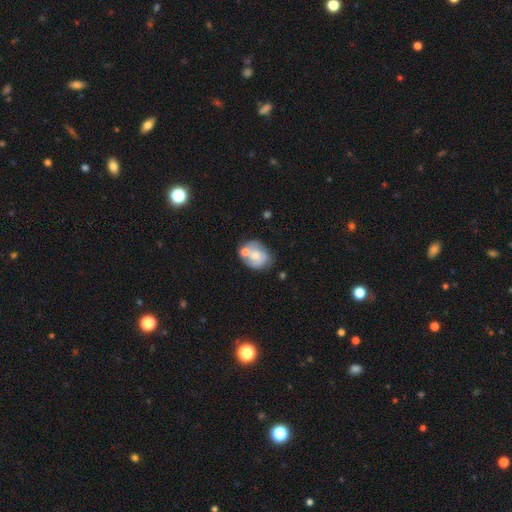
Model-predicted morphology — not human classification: smooth 52%, featured or disk 41%, star or artifact 7%. Down the decision tree: how rounded — round (50%); merging — none (45%).